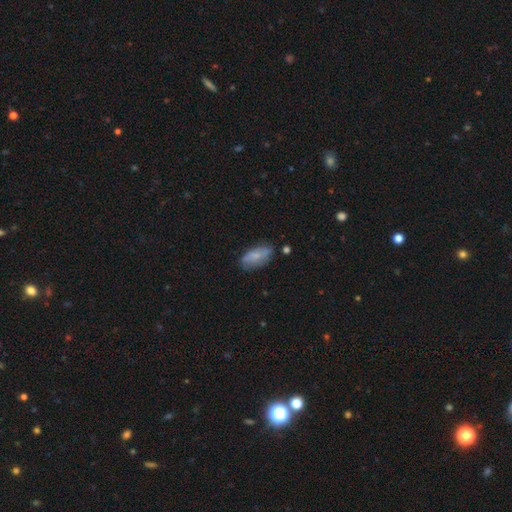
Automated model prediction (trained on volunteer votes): smooth_or_featured: smooth (p=0.67) [alt: featured or disk p=0.25]
how_rounded: in between (p=0.86) [alt: cigar-shaped p=0.11]
merging: none (p=0.69) [alt: minor disturbance p=0.23]